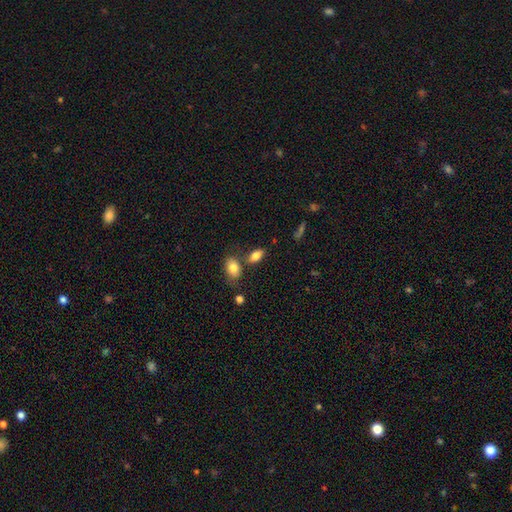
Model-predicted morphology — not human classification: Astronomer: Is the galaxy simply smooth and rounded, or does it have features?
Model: smooth — 81%.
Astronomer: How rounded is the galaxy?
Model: in between — 89%.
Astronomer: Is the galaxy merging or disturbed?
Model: none — 67%.